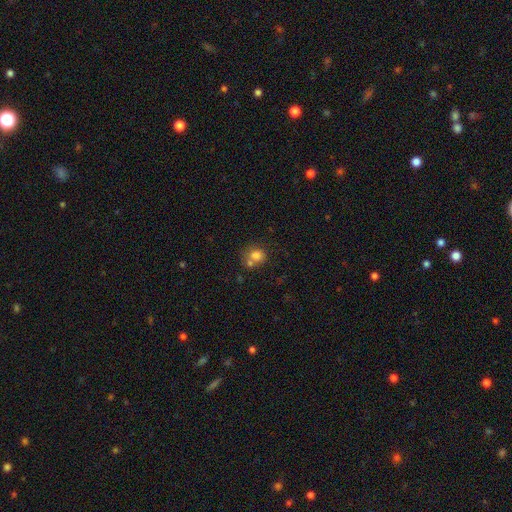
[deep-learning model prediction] This is likely a smooth galaxy (77%). How rounded: likely round (72%). Merging: marginally none (45%).